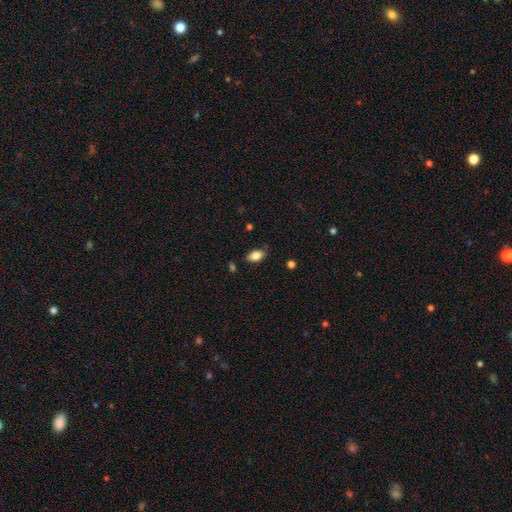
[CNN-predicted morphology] Smooth or featured? smooth (82%)
How rounded? in between (91%)
Merging? none (80%)